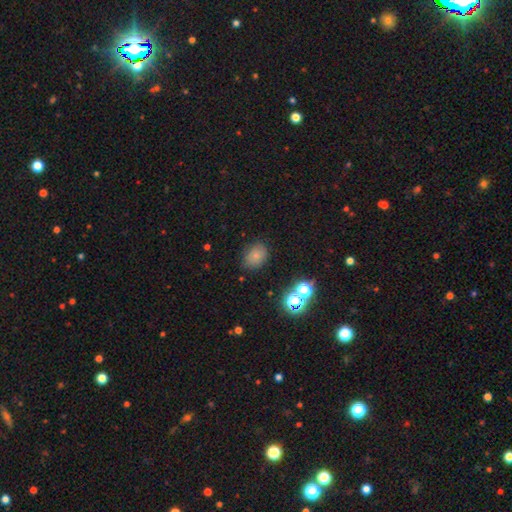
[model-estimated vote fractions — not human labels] Smooth or featured? smooth (75%)
How rounded? in between (59%)
Merging? none (77%)